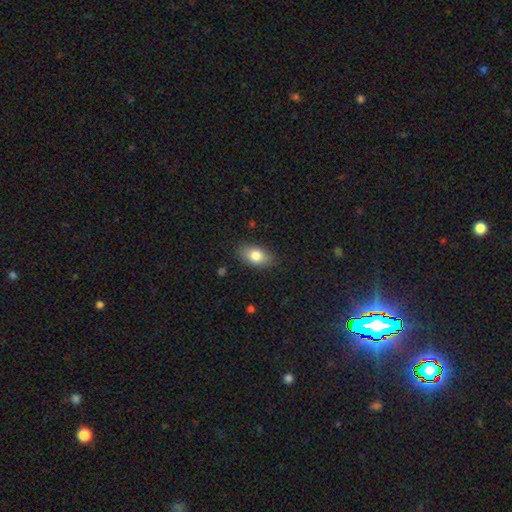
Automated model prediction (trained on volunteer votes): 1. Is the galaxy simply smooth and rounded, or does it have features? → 80% smooth, 13% featured or disk, 8% star or artifact.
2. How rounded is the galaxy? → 89% in between, 8% round, 3% cigar-shaped.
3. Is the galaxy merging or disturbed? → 85% none, 12% minor disturbance, 3% major disturbance, 1% merger.